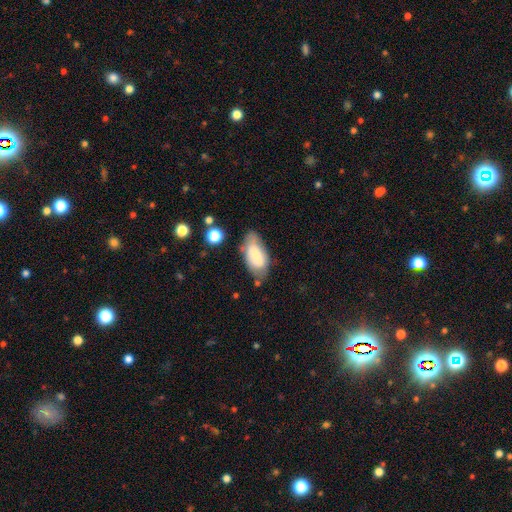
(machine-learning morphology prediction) Smooth or featured?
  - smooth: 69% *
  - featured or disk: 24%
  - star or artifact: 7%
How rounded?
  - in between: 91% *
  - cigar-shaped: 6%
  - round: 3%
Merging?
  - none: 56% *
  - minor disturbance: 28%
  - major disturbance: 9%
  - merger: 7%